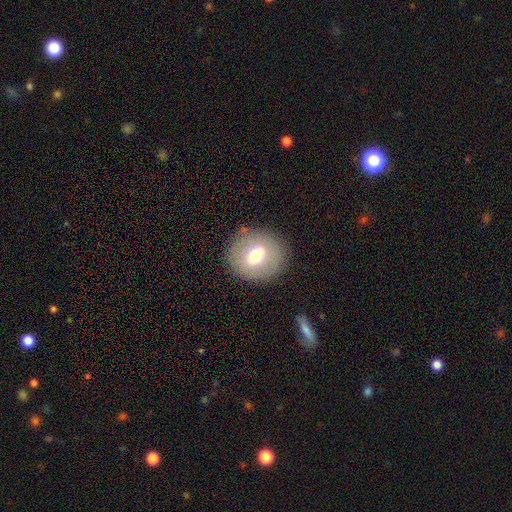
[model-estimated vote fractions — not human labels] This is likely a smooth galaxy (64%). How rounded: clearly round (81%). Merging: clearly none (85%).